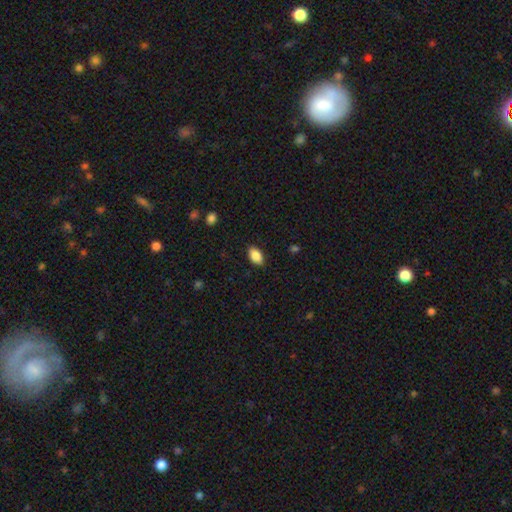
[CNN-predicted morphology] This is clearly a smooth galaxy (87%). How rounded: clearly in between (92%). Merging: clearly none (88%).